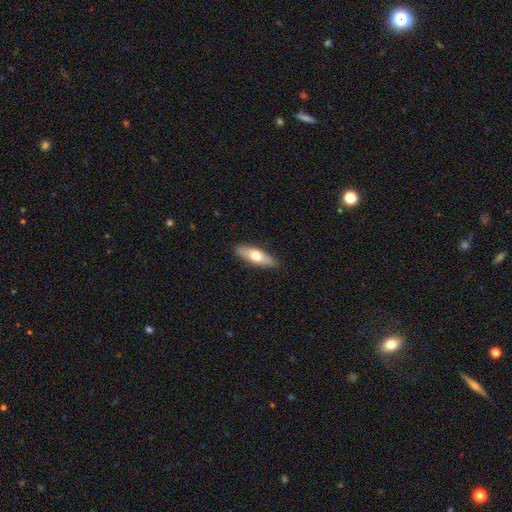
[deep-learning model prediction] Smooth or featured: smooth — 62% (featured or disk — 32%)
How rounded: in between — 54% (cigar-shaped — 43%)
Merging: none — 89% (minor disturbance — 8%)